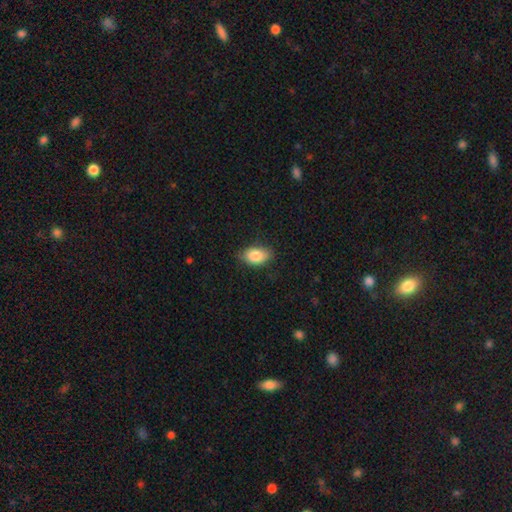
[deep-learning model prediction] Morphology: type=smooth (84%); roundness=in between (88%); merging=none (77%).